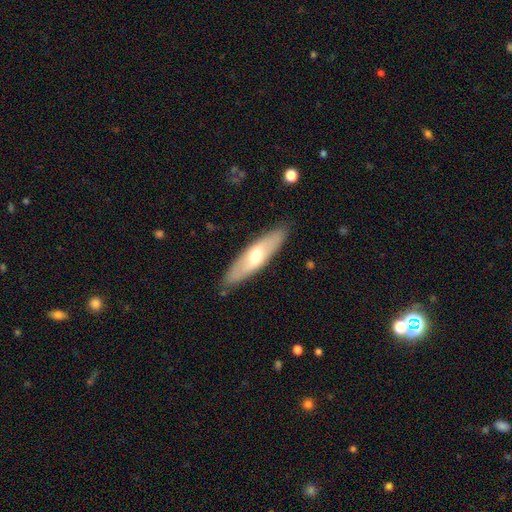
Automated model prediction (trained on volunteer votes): Overall: smooth (50%; featured or disk 45%). How rounded: cigar-shaped (60%; in between 38%). Merging: none (87%).